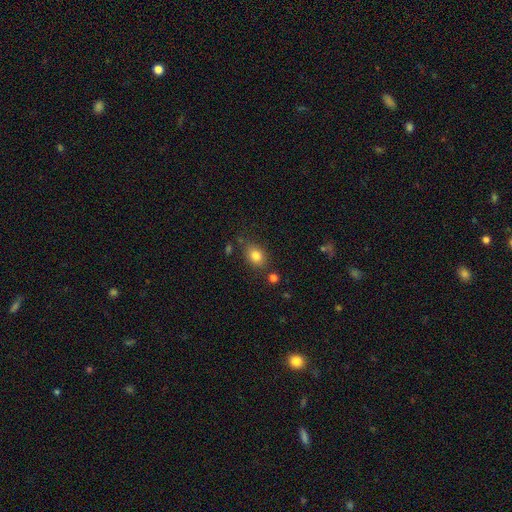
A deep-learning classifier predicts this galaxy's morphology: Smooth or featured? Predicted: smooth (p=0.82). How rounded? Predicted: in between (p=0.63). Merging? Predicted: none (p=0.76).